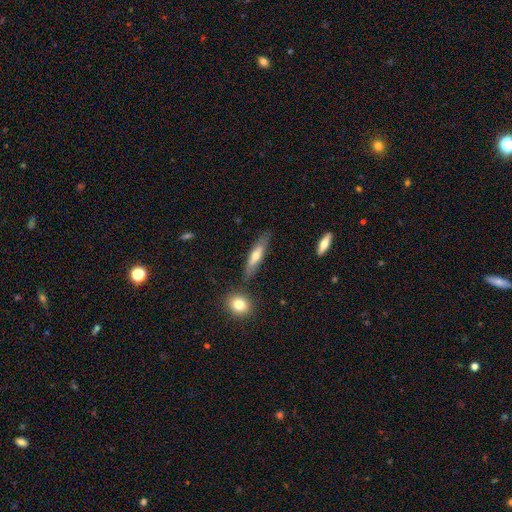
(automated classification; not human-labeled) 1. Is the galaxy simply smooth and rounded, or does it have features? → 54% smooth, 39% featured or disk, 7% star or artifact.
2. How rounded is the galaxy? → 75% cigar-shaped, 23% in between, 2% round.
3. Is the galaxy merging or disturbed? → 76% none, 16% minor disturbance, 4% merger, 4% major disturbance.